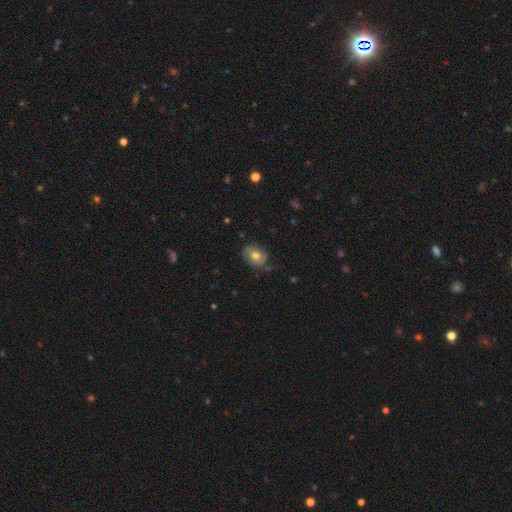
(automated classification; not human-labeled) Morphology: type=smooth (53%); roundness=in between (65%); merging=none (65%).